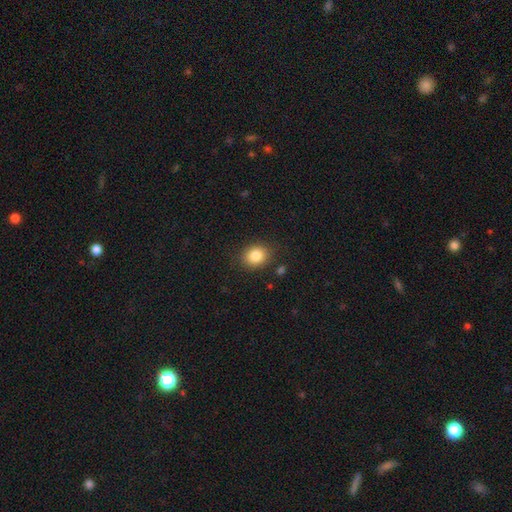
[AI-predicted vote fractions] Q: Smooth or featured?
A: smooth (85%); runner-up: star or artifact (9%)
Q: How rounded?
A: round (60%); runner-up: in between (39%)
Q: Merging?
A: none (85%); runner-up: minor disturbance (10%)